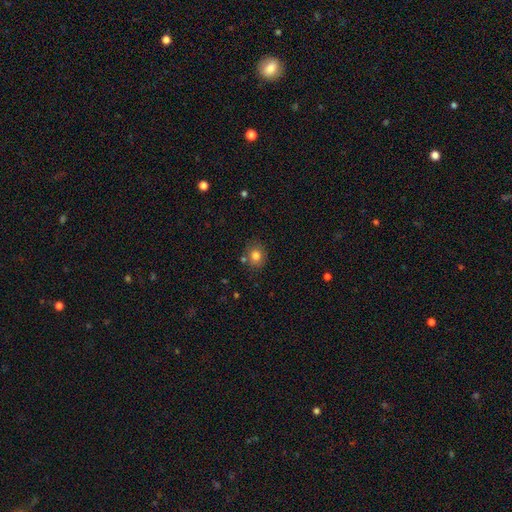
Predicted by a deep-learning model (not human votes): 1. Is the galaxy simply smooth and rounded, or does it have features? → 80% smooth, 11% star or artifact, 9% featured or disk.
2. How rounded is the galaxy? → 70% round, 29% in between, 1% cigar-shaped.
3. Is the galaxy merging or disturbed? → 75% none, 13% minor disturbance, 8% merger, 4% major disturbance.